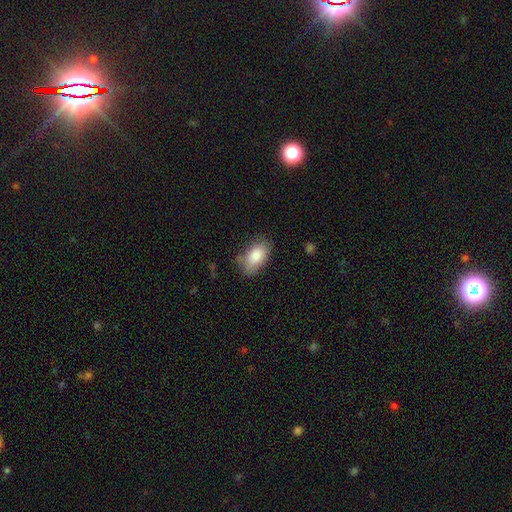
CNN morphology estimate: smooth 84%, featured or disk 9%, star or artifact 7%. Down the decision tree: how rounded — in between (93%); merging — none (72%).